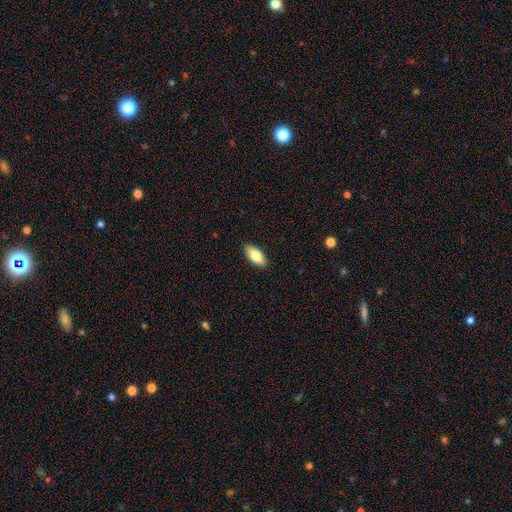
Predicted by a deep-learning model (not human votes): This appears to be a smooth galaxy with no disk features (80%) that is in between round and cigar-shaped (88%). Merging: none (89%).